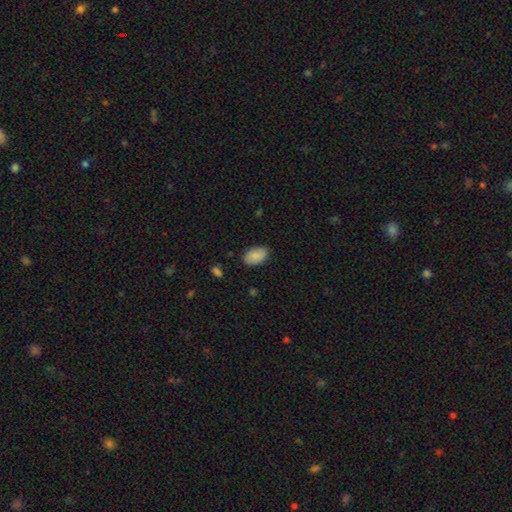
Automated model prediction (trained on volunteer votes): Q: Smooth or featured?
A: smooth (83%); runner-up: featured or disk (10%)
Q: How rounded?
A: in between (92%); runner-up: round (6%)
Q: Merging?
A: none (83%); runner-up: minor disturbance (13%)